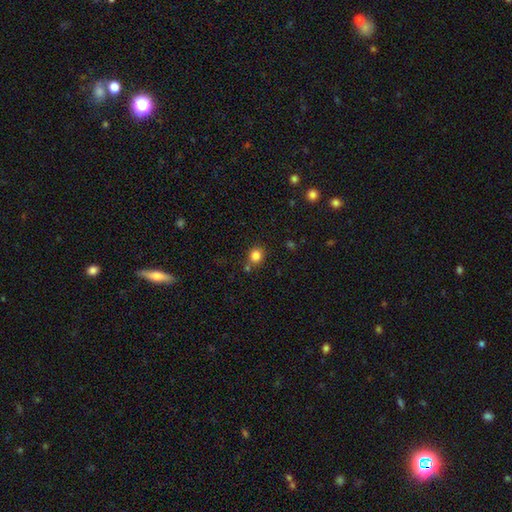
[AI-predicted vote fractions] This is clearly a smooth galaxy (83%). How rounded: clearly round (83%). Merging: likely none (77%).